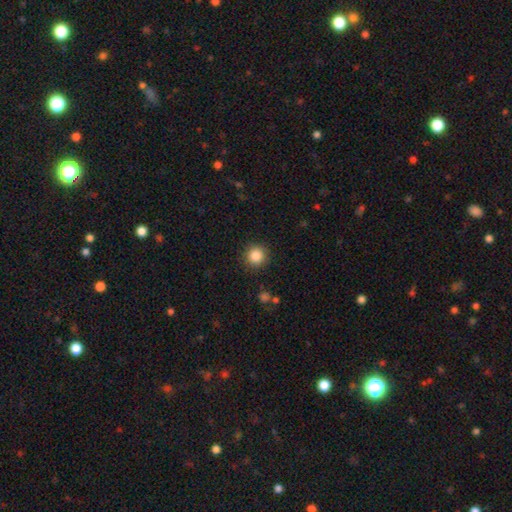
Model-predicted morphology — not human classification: smooth 86%, star or artifact 10%, featured or disk 4%. Down the decision tree: how rounded — round (94%); merging — none (90%).